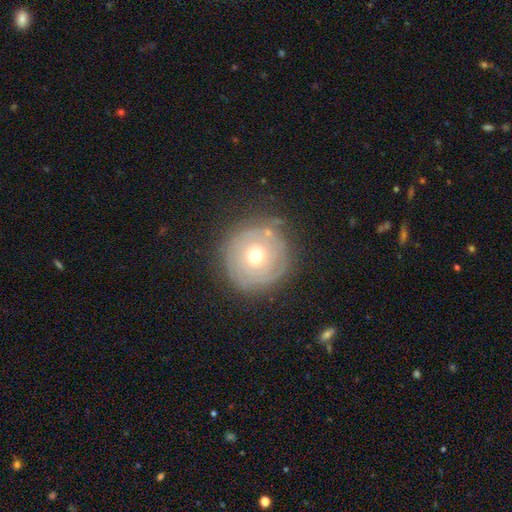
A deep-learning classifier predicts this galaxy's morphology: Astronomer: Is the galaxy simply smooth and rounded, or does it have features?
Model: featured or disk — 56% (runner-up: smooth, 35%).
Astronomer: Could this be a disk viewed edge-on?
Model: no — 96%.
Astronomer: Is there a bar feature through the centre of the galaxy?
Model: no — 89%.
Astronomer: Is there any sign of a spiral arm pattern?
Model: yes — 58% (runner-up: no, 42%).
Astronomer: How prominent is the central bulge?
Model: moderate — 70%.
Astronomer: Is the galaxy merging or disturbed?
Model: none — 74%.